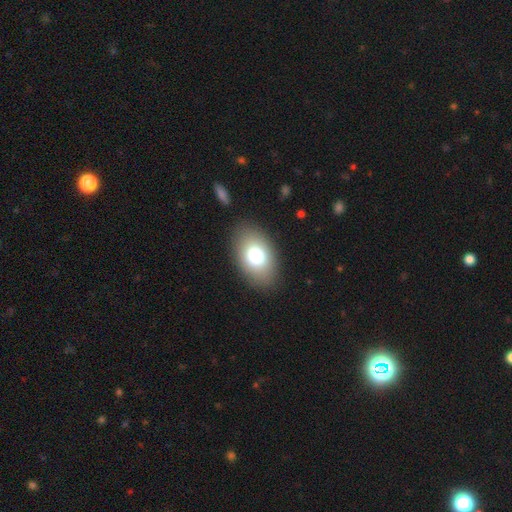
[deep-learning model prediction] smooth_or_featured: smooth (p=0.77) [alt: featured or disk p=0.14]
how_rounded: in between (p=0.88) [alt: round p=0.11]
merging: none (p=0.86) [alt: minor disturbance p=0.09]